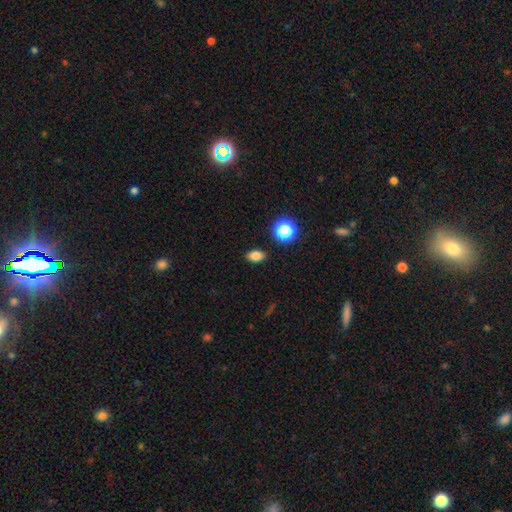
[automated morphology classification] type=smooth (82%); roundness=in between (82%); merging=none (89%).